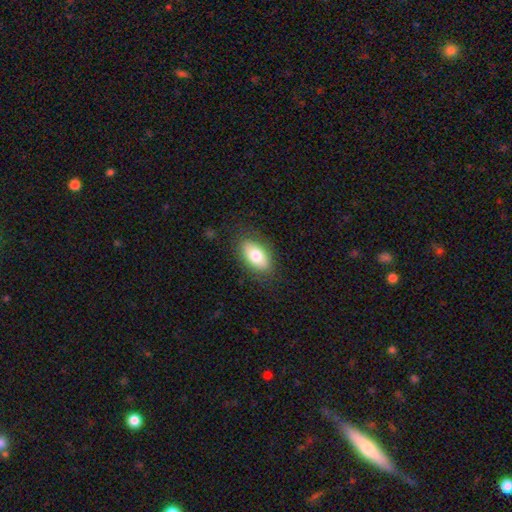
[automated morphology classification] A smooth galaxy with no disk features (74%) that is in between round and cigar-shaped (92%).

Vote fractions:
- Smooth or featured? smooth: 74% / featured or disk: 19% / star or artifact: 7%
- How rounded? in between: 92% / round: 5% / cigar-shaped: 3%
- Merging? none: 83% / minor disturbance: 12% / major disturbance: 4% / merger: 1%